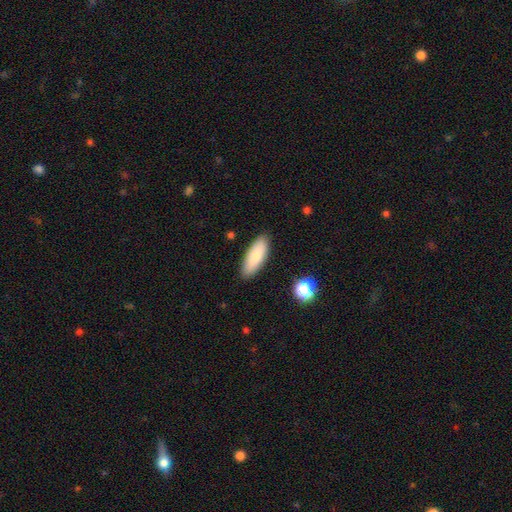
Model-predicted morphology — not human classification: This is clearly a smooth galaxy (81%). How rounded: likely in between (67%). Merging: clearly none (87%).